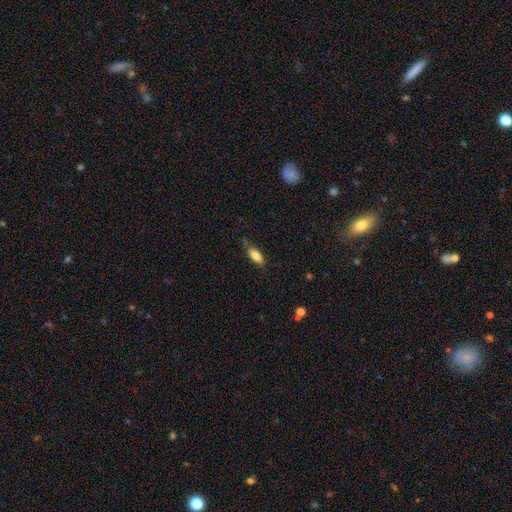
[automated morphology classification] Smooth or featured? Predicted: smooth (p=0.79). How rounded? Predicted: in between (p=0.75). Merging? Predicted: none (p=0.64).